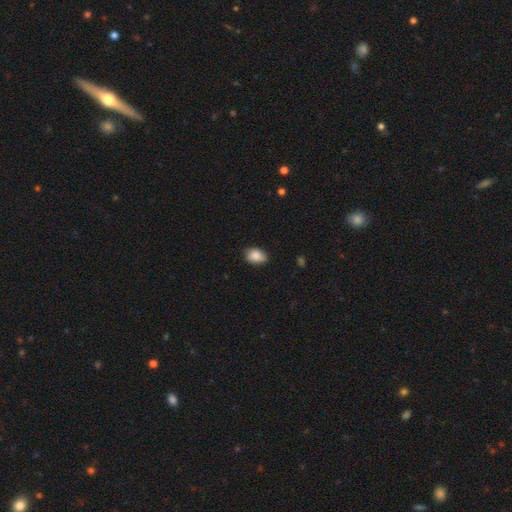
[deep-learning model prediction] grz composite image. It shows a smooth galaxy with no disk features (86%) that is in between round and cigar-shaped (80%). Merging: none (76%).